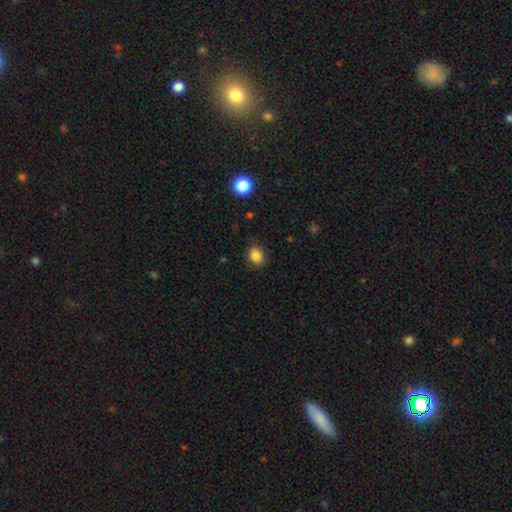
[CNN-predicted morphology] A smooth galaxy with no disk features (85%) that is round (55%). Merging: none (84%).